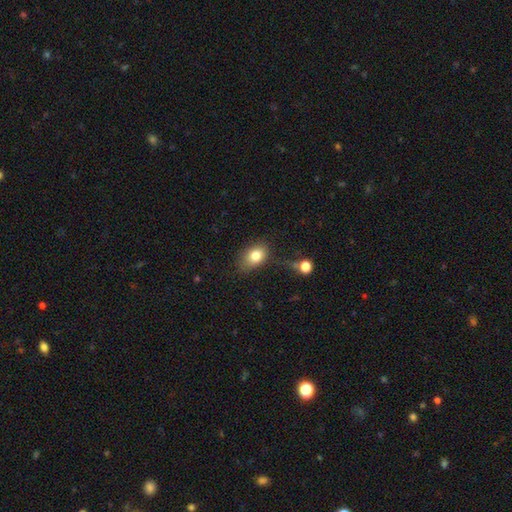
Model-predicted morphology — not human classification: Smooth or featured: smooth — 80% (featured or disk — 11%)
How rounded: in between — 80% (round — 18%)
Merging: none — 63% (minor disturbance — 22%)